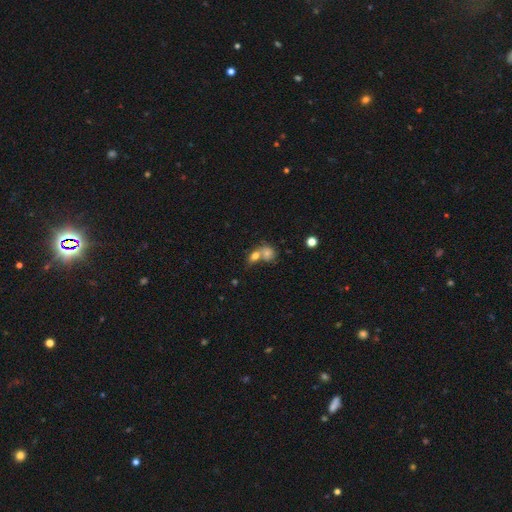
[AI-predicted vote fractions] smooth-or-featured: smooth: 73% | featured or disk: 15% | star or artifact: 11%
  how-rounded: in between: 57% | round: 40% | cigar-shaped: 3%
  merging: merger: 61% | none: 27% | minor disturbance: 8% | major disturbance: 4%